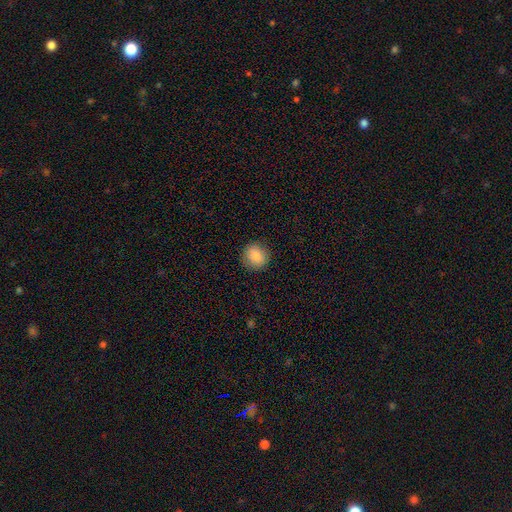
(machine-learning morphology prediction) Q: Smooth or featured?
A: smooth (85%); runner-up: star or artifact (9%)
Q: How rounded?
A: round (90%); runner-up: in between (9%)
Q: Merging?
A: none (91%); runner-up: minor disturbance (6%)